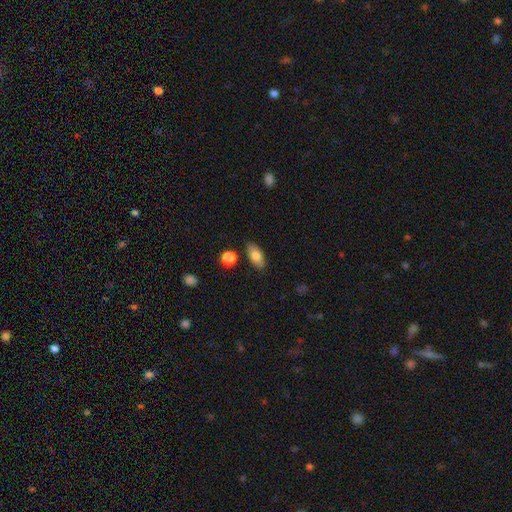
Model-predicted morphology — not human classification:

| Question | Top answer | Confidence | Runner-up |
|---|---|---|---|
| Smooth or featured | smooth | 80% | featured or disk (13%) |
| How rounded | in between | 86% | cigar-shaped (9%) |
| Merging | none | 84% | minor disturbance (10%) |